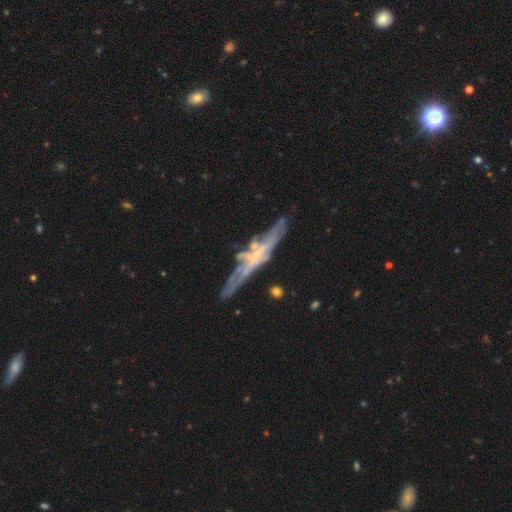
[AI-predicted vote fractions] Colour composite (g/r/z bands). It shows a featured or disk galaxy (74%) viewed edge-on (78%) with a rounded central bulge (47%). Merging: none (66%).